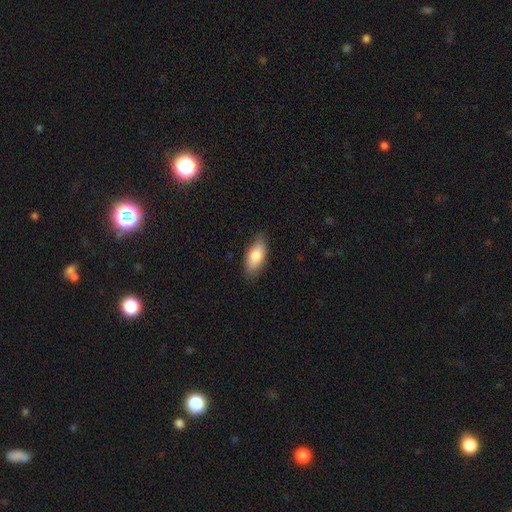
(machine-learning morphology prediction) A smooth galaxy with no disk features (82%) that is in between round and cigar-shaped (87%).

Vote fractions:
- Smooth or featured? smooth: 82% / featured or disk: 12% / star or artifact: 6%
- How rounded? in between: 87% / cigar-shaped: 10% / round: 3%
- Merging? none: 81% / minor disturbance: 15% / major disturbance: 3% / merger: 1%